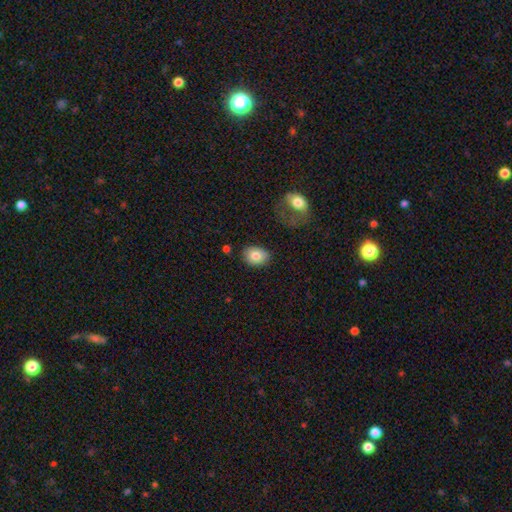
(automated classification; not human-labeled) smooth_or_featured: smooth (p=0.80) [alt: featured or disk p=0.12]
how_rounded: in between (p=0.67) [alt: round p=0.32]
merging: none (p=0.83) [alt: minor disturbance p=0.11]